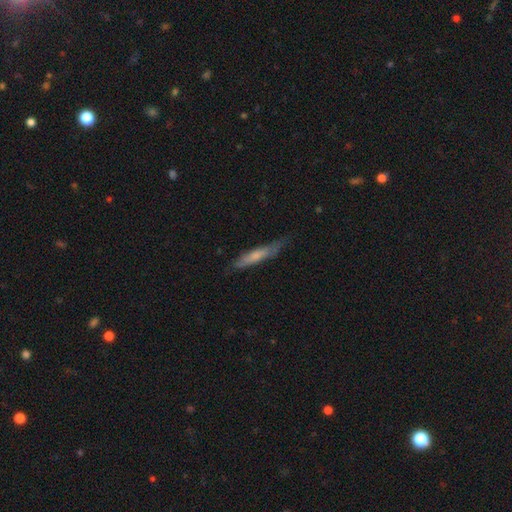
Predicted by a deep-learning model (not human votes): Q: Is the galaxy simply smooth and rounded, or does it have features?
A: smooth — 59%.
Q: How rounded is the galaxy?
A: cigar-shaped — 90%.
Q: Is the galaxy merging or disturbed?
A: none — 71%.